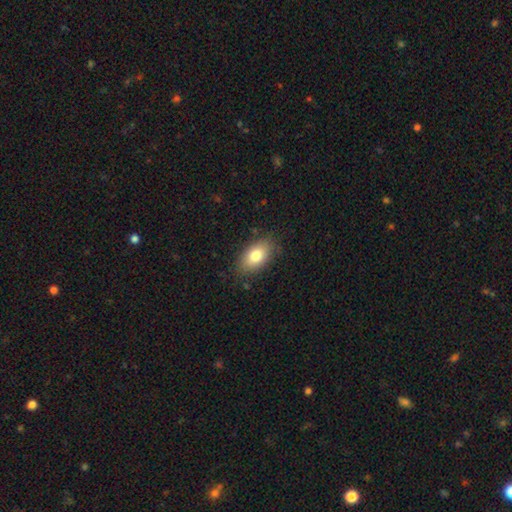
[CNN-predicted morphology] Smooth or featured? smooth (80%)
How rounded? in between (91%)
Merging? none (83%)